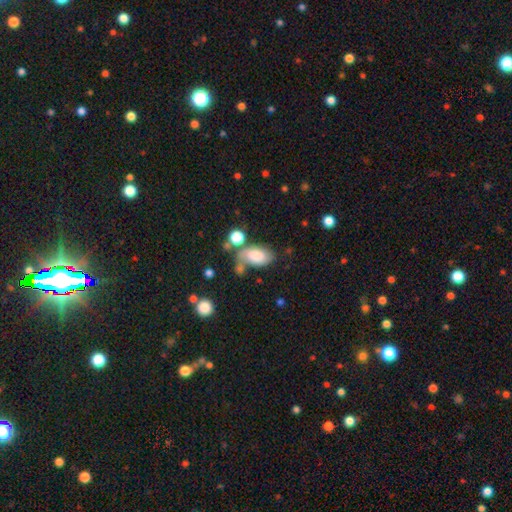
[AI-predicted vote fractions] smooth-or-featured: smooth: 71% | featured or disk: 20% | star or artifact: 9%
  how-rounded: in between: 92% | round: 6% | cigar-shaped: 3%
  merging: none: 42% | minor disturbance: 23% | merger: 21% | major disturbance: 14%